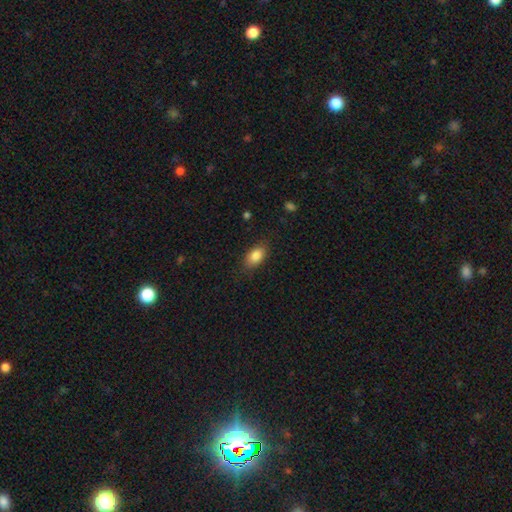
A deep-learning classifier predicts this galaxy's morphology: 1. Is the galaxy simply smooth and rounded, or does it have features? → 85% smooth, 7% featured or disk, 7% star or artifact.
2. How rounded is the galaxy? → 89% in between, 8% round, 3% cigar-shaped.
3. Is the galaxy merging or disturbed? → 81% none, 14% minor disturbance, 4% major disturbance, 1% merger.